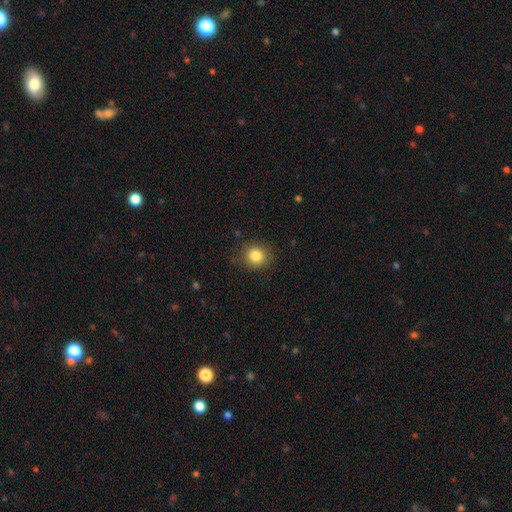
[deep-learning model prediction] Smooth or featured? smooth (84%)
How rounded? round (82%)
Merging? none (86%)